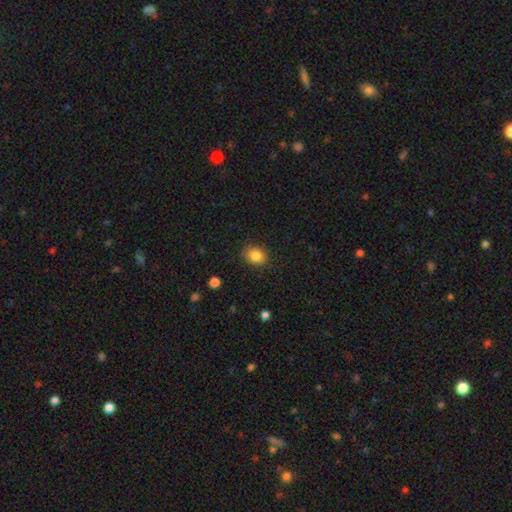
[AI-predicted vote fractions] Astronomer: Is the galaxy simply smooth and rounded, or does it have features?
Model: smooth — 85%.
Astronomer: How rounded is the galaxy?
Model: in between — 59% (runner-up: round, 40%).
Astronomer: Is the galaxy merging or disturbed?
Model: none — 86%.